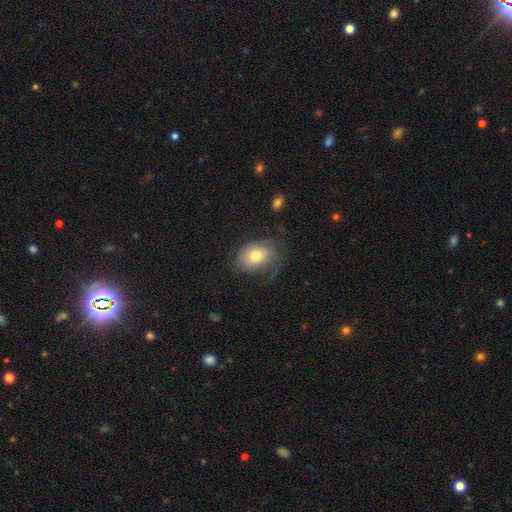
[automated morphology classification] Smooth or featured? smooth (65%)
How rounded? in between (66%)
Merging? none (53%)